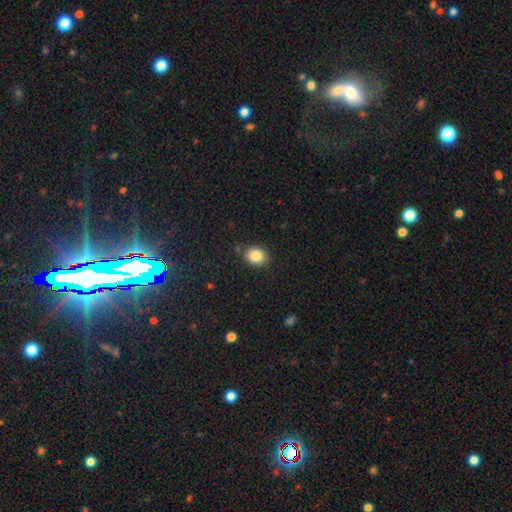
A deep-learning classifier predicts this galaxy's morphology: Overall: smooth (86%). How rounded: round (61%; in between 38%). Merging: none (85%).